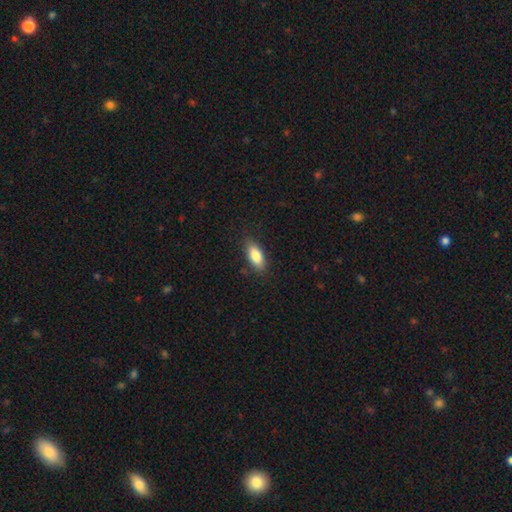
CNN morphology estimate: Smooth or featured? Predicted: smooth (p=0.84). How rounded? Predicted: in between (p=0.83). Merging? Predicted: none (p=0.84).